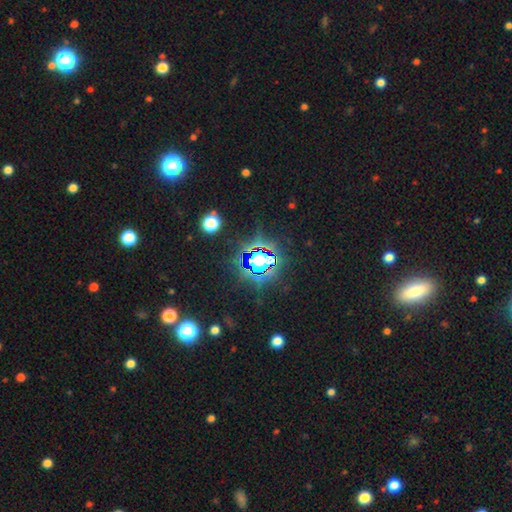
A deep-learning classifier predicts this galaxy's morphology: Smooth or featured? star or artifact (82%)